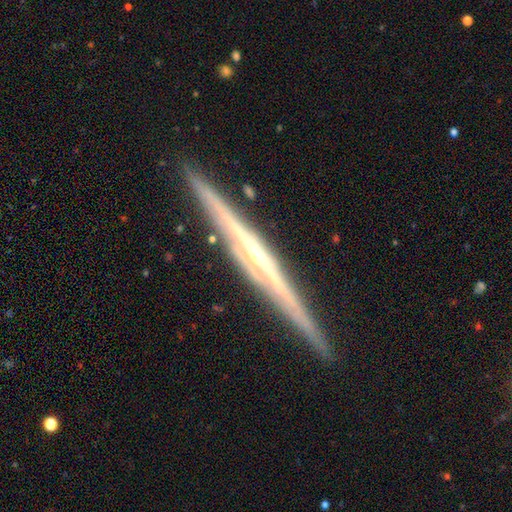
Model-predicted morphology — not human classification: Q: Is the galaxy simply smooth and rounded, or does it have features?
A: featured or disk — 87%.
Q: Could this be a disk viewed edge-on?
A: yes — 98%.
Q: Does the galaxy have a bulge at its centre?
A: rounded — 61%.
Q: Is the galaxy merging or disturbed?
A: none — 91%.